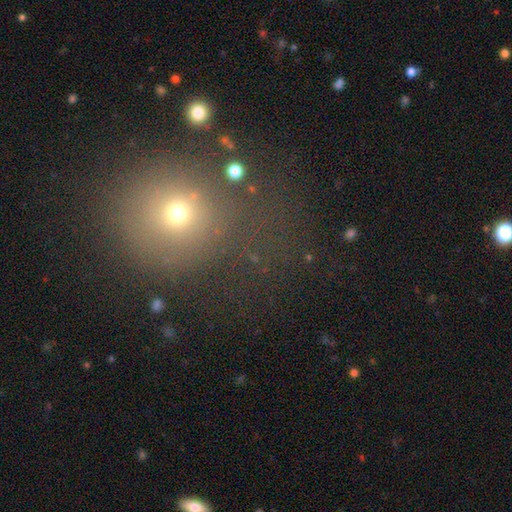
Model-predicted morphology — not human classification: This is possibly a smooth galaxy (56%). How rounded: clearly round (83%). Merging: likely none (65%).